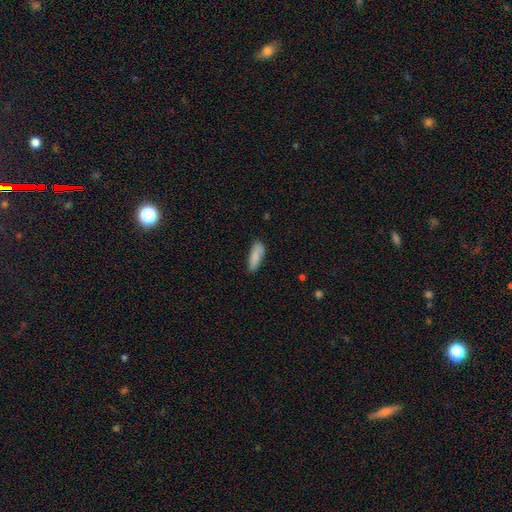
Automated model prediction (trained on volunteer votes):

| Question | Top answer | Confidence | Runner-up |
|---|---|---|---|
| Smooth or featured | smooth | 84% | featured or disk (9%) |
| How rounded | in between | 61% | cigar-shaped (37%) |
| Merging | none | 70% | minor disturbance (23%) |